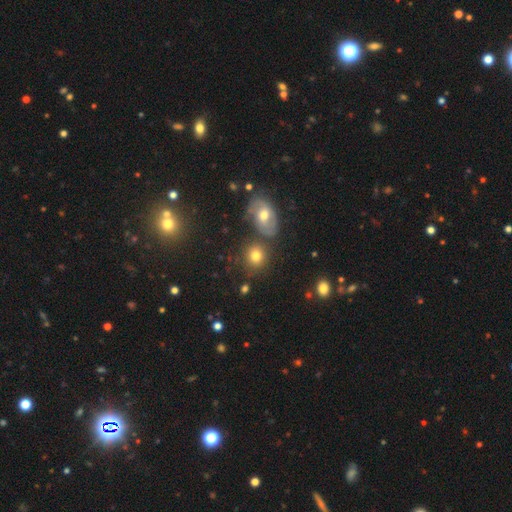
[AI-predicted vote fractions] Smooth or featured? Predicted: smooth (p=0.76). How rounded? Predicted: round (p=0.72). Merging? Predicted: none (p=0.67).